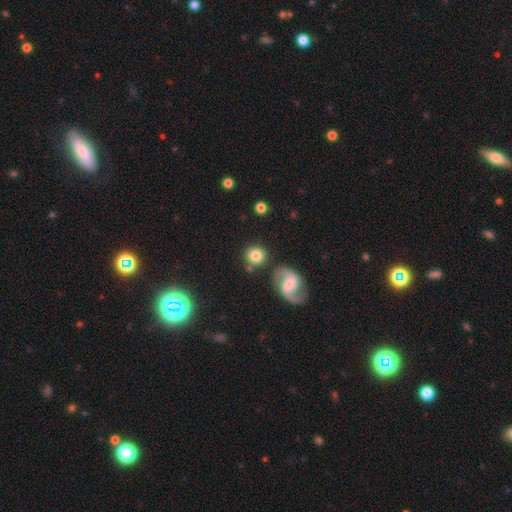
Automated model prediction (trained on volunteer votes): Smooth or featured?
  - smooth: 74% *
  - featured or disk: 18%
  - star or artifact: 8%
How rounded?
  - round: 91% *
  - in between: 8%
  - cigar-shaped: 1%
Merging?
  - none: 80% *
  - minor disturbance: 9%
  - merger: 7%
  - major disturbance: 3%